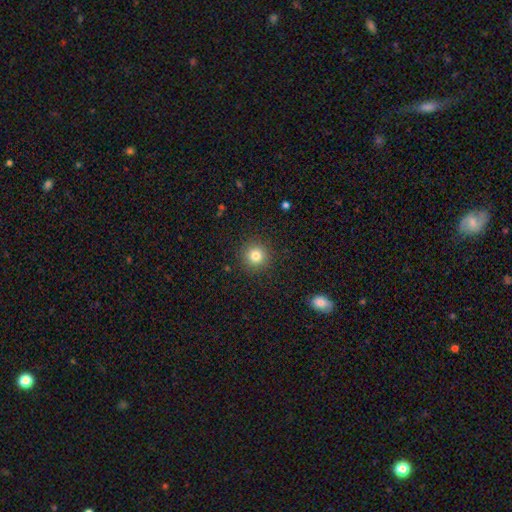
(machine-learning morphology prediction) The model was most divided on "smooth or featured": smooth: 81%, star or artifact: 12%, featured or disk: 7%. More confident: how rounded — round (94%); merging — none (90%).